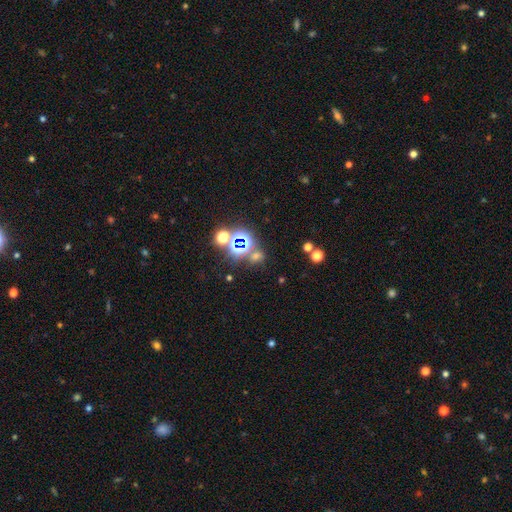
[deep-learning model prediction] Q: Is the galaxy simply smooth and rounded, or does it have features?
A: star or artifact — 57%.